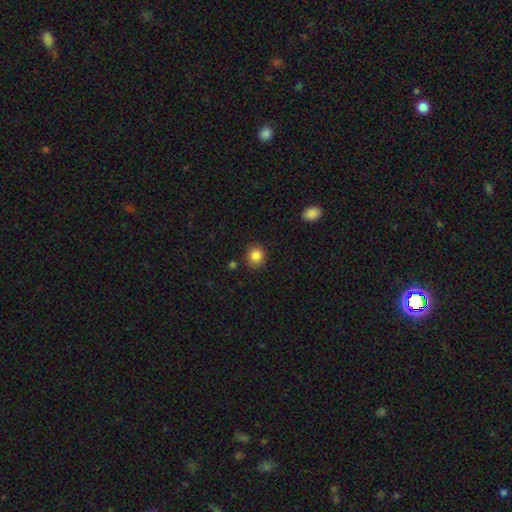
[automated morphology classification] Smooth or featured? smooth (85%)
How rounded? round (80%)
Merging? none (85%)